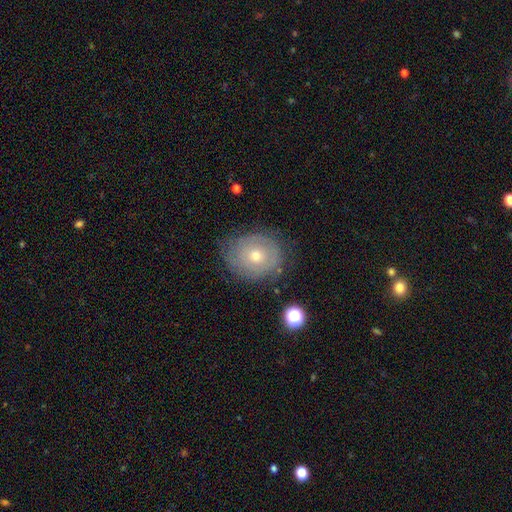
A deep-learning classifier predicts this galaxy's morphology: Overall: featured or disk (53%; smooth 37%). Edge-on disk: no (96%). Bar: no (88%). Spiral arms: yes (59%; no 41%). Bulge size: moderate (50%; small 47%). Merging: none (74%).